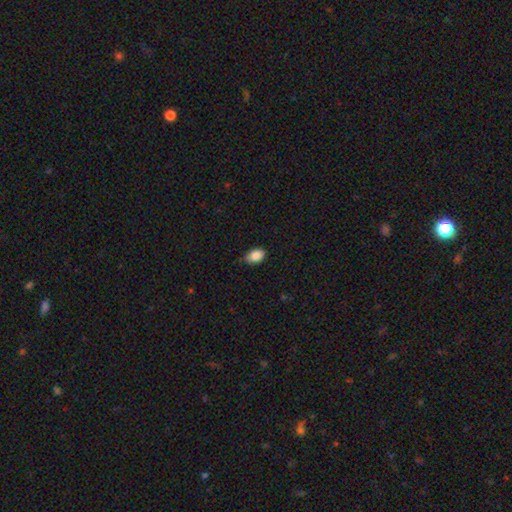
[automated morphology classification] This is clearly a smooth galaxy (86%). How rounded: clearly in between (88%). Merging: likely none (72%).